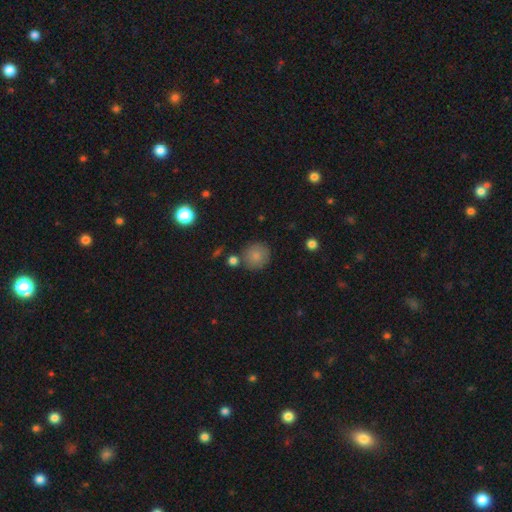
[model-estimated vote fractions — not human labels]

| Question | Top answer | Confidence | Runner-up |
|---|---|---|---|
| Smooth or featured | smooth | 83% | star or artifact (9%) |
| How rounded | round | 92% | in between (7%) |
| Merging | none | 77% | minor disturbance (11%) |